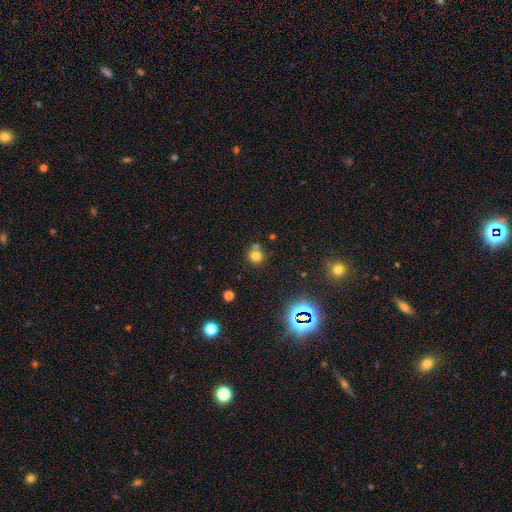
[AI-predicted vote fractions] Overall: smooth (73%). How rounded: round (89%). Merging: none (60%; merger 24%).